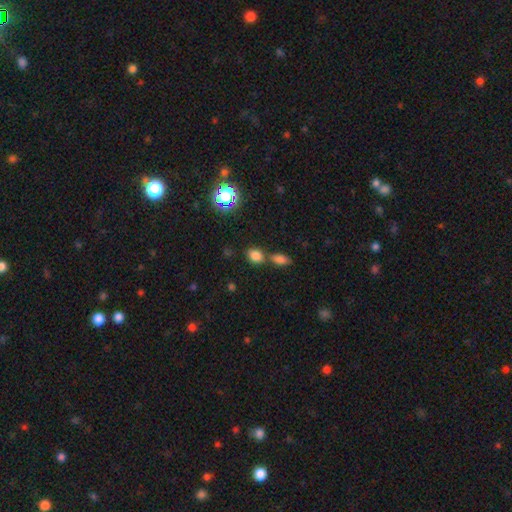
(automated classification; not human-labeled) Smooth or featured?
  - smooth: 77% *
  - star or artifact: 17%
  - featured or disk: 6%
How rounded?
  - in between: 60% *
  - round: 38%
  - cigar-shaped: 2%
Merging?
  - none: 56% *
  - merger: 31%
  - minor disturbance: 9%
  - major disturbance: 3%